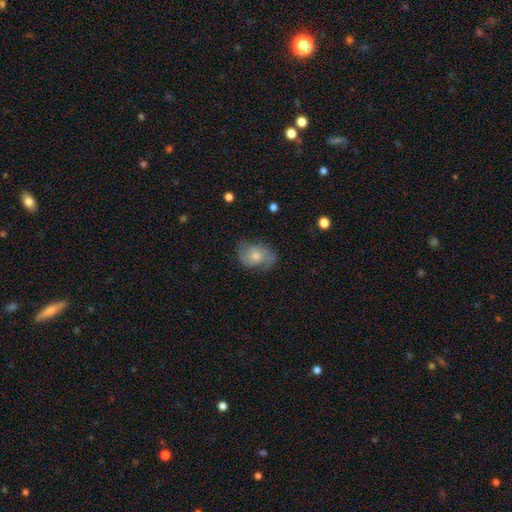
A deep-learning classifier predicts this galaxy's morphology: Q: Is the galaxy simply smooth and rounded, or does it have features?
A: featured or disk — 47%.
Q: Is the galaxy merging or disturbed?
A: none — 62%.